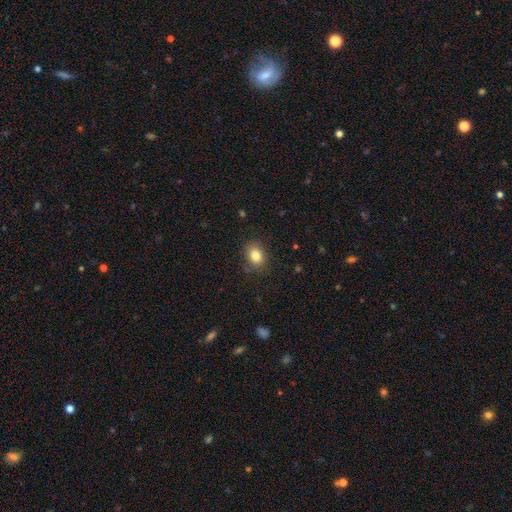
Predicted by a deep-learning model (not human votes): Smooth or featured: smooth — 83% (star or artifact — 10%)
How rounded: in between — 61% (round — 38%)
Merging: none — 85% (minor disturbance — 11%)